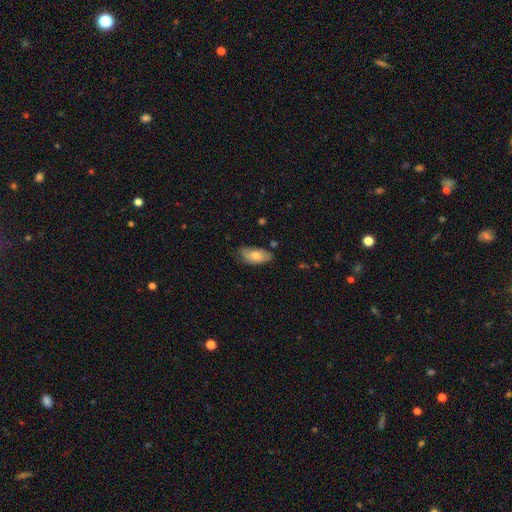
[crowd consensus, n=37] smooth 76%, featured or disk 19%, star or artifact 5%. Down the decision tree: how rounded — in between (93%); merging — none (49%, tied with minor disturbance).